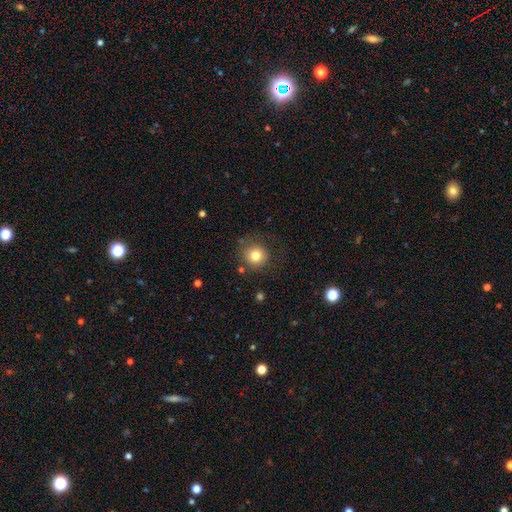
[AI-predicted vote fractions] Smooth or featured? smooth (80%)
How rounded? round (93%)
Merging? none (80%)